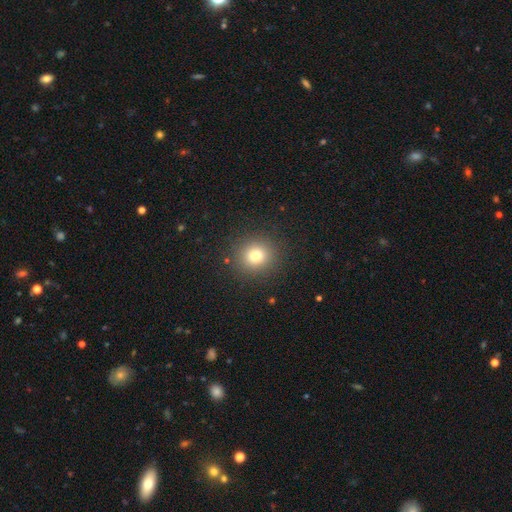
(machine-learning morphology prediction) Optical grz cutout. It shows a smooth galaxy with no disk features (76%) that is round (91%). Merging: none (90%).